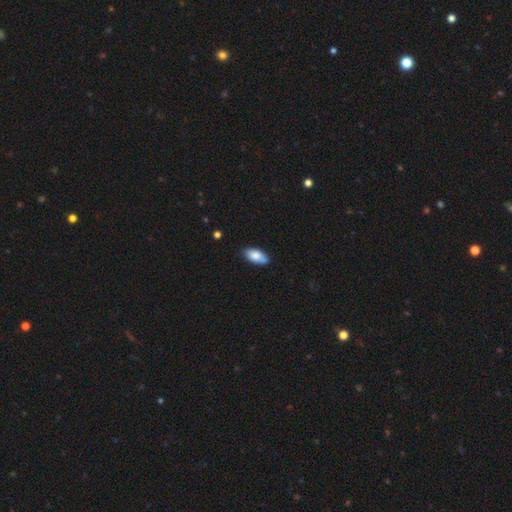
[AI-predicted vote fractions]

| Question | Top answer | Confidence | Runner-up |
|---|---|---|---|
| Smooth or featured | smooth | 79% | featured or disk (14%) |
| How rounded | in between | 91% | cigar-shaped (6%) |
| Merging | none | 71% | minor disturbance (20%) |